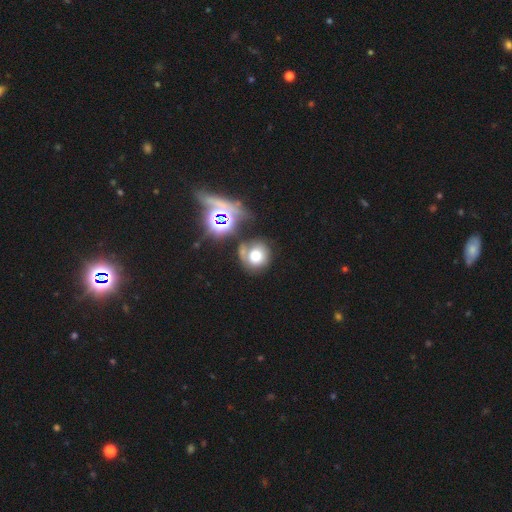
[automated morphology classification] This is likely a smooth galaxy (63%). How rounded: clearly round (87%). Merging: possibly none (56%).